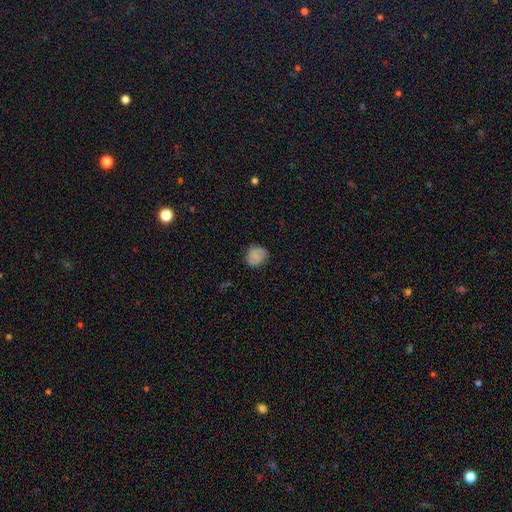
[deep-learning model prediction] Smooth or featured? Predicted: smooth (p=0.78). How rounded? Predicted: round (p=0.68). Merging? Predicted: none (p=0.79).